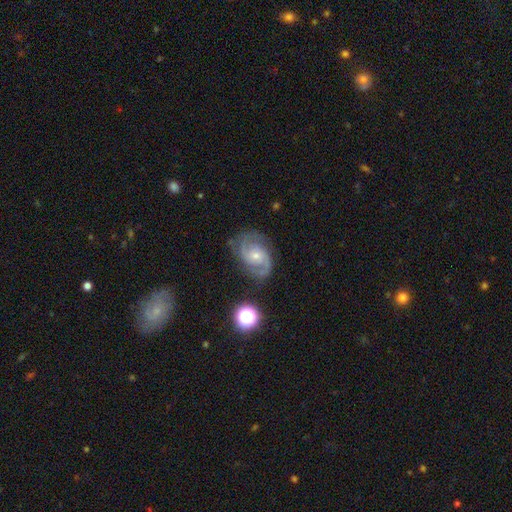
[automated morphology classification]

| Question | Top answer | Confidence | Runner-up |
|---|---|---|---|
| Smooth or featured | featured or disk | 86% | smooth (7%) |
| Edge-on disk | no | 98% | yes (2%) |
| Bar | no | 60% | weak (34%) |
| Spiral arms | yes | 97% | no (3%) |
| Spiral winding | medium | 56% | tight (31%) |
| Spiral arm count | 2 | 85% | can't tell (5%) |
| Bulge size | small | 59% | moderate (36%) |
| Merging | none | 73% | minor disturbance (18%) |